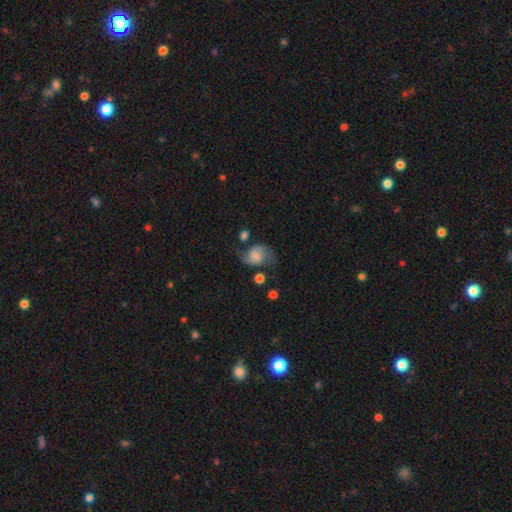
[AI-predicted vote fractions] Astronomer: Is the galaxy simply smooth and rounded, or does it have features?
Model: featured or disk — 53% (runner-up: smooth, 37%).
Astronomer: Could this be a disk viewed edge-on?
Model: no — 97%.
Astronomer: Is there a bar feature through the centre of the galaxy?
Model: no — 63%.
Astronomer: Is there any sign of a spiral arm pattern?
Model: yes — 89%.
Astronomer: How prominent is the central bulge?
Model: none — 31% (runner-up: moderate, 24%).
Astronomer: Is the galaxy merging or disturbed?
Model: none — 53%.